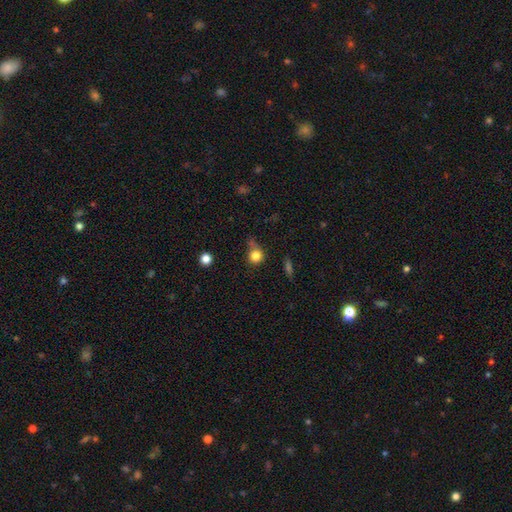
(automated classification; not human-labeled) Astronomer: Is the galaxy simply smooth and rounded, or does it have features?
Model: smooth — 81%.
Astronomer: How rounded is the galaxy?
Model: round — 85%.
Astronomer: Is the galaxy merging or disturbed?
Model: none — 52%.